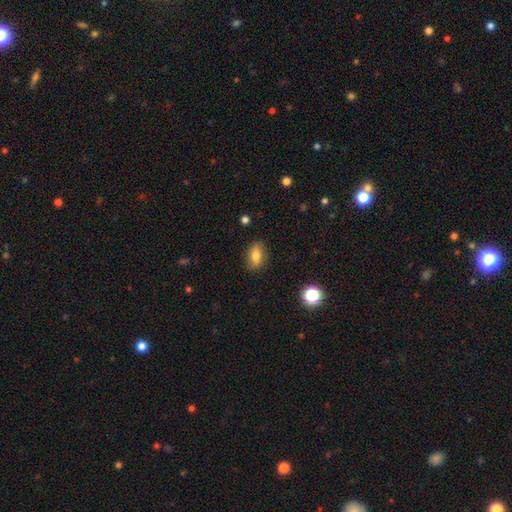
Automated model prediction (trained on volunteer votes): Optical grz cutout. It shows a smooth galaxy with no disk features (74%) that is in between round and cigar-shaped (82%). Merging: none (84%).